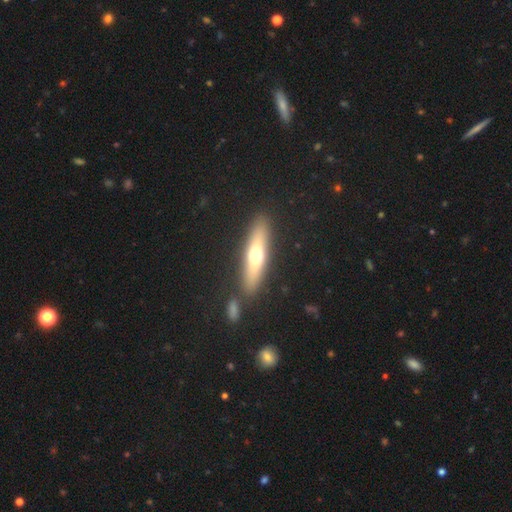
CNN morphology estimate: Overall: smooth (51%; featured or disk 43%). How rounded: cigar-shaped (77%). Merging: none (82%).